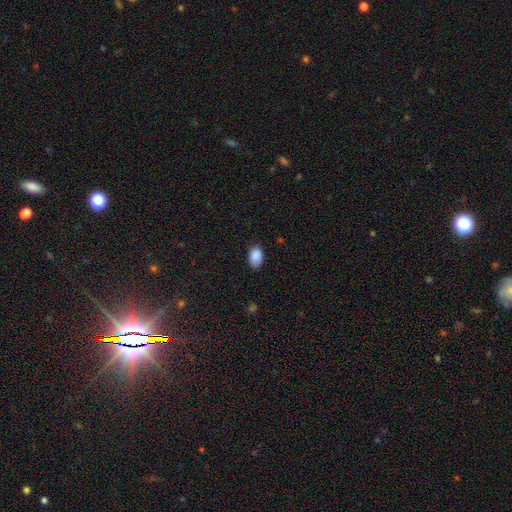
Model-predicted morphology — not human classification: A smooth galaxy with no disk features (89%) that is in between round and cigar-shaped (87%). Merging: none (76%).